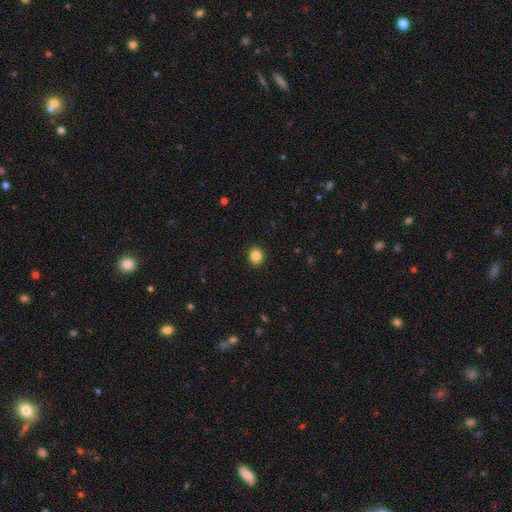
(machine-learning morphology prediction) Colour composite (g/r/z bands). It shows a smooth galaxy with no disk features (85%) that is round (87%). Merging: none (92%).